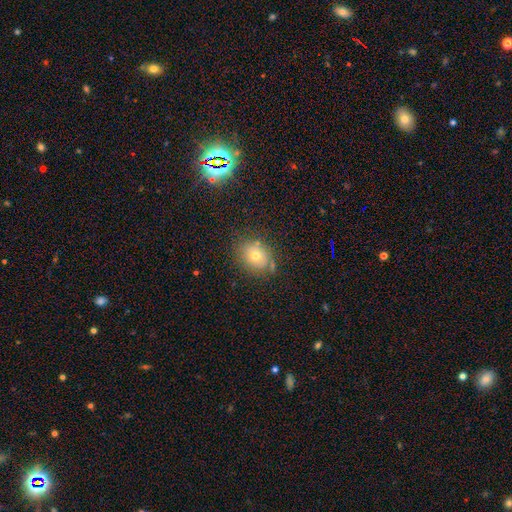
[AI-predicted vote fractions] Q: Smooth or featured?
A: smooth (66%); runner-up: star or artifact (17%)
Q: How rounded?
A: round (64%); runner-up: in between (35%)
Q: Merging?
A: none (77%); runner-up: minor disturbance (15%)